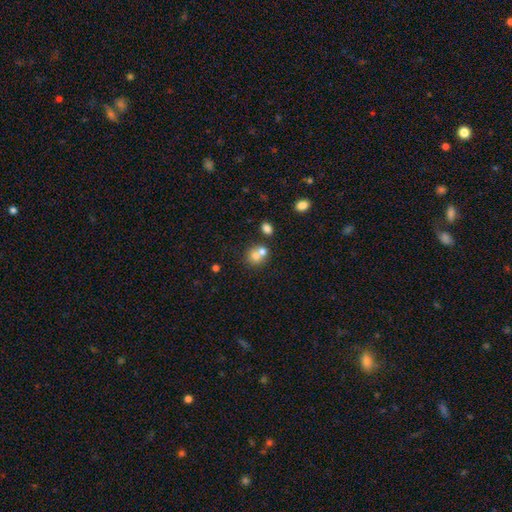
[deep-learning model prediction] This is likely a smooth galaxy (70%). How rounded: likely round (72%). Merging: possibly merger (54%).